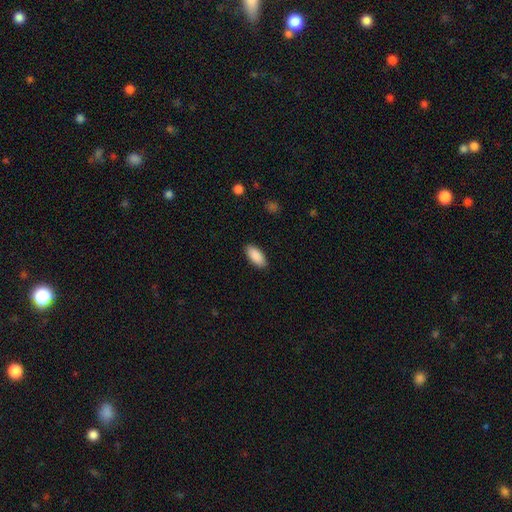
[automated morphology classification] Smooth or featured: smooth — 90% (star or artifact — 6%)
How rounded: in between — 89% (cigar-shaped — 9%)
Merging: none — 89% (minor disturbance — 8%)